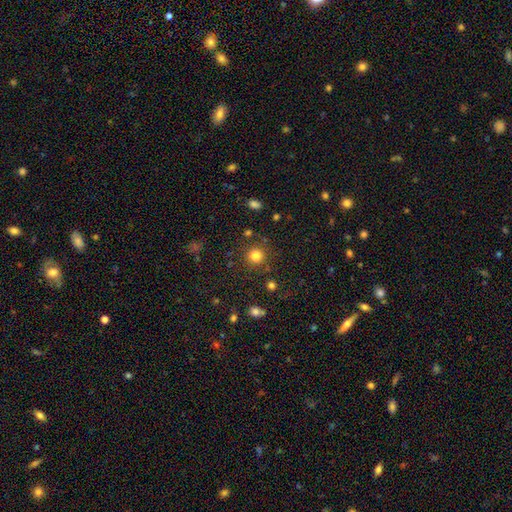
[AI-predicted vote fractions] Smooth or featured? Predicted: smooth (p=0.82). How rounded? Predicted: round (p=0.94). Merging? Predicted: none (p=0.86).